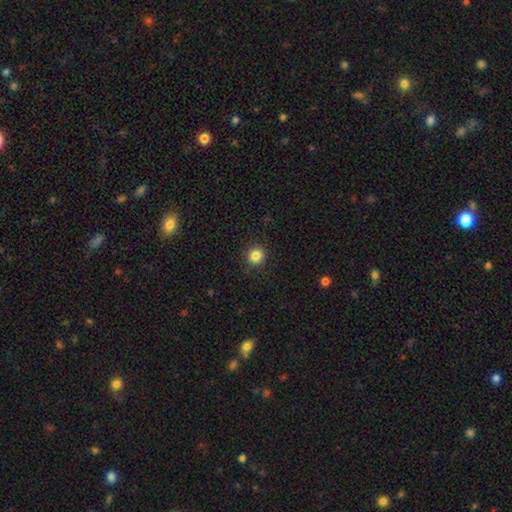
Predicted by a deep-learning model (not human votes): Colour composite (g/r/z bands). It shows a smooth galaxy with no disk features (85%) that is round (91%). Merging: none (91%).